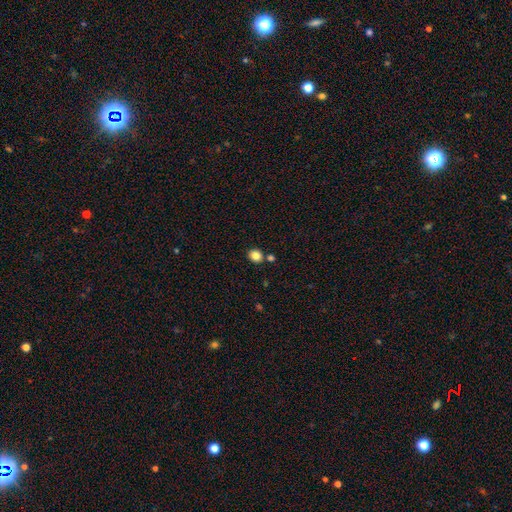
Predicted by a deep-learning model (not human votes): Smooth or featured: smooth — 84% (star or artifact — 11%)
How rounded: round — 72% (in between — 28%)
Merging: none — 80% (merger — 10%)